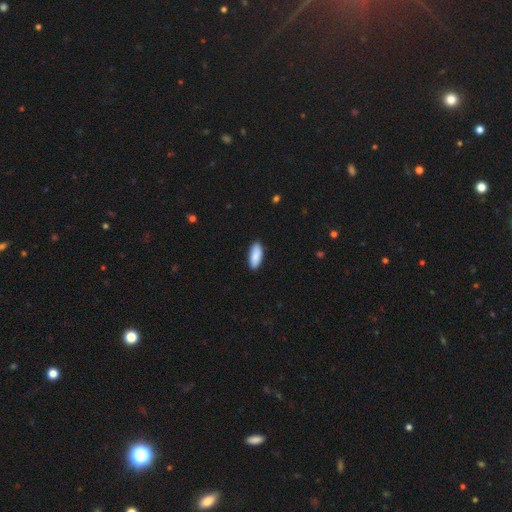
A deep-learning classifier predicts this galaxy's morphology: Smooth or featured? Predicted: smooth (p=0.89). How rounded? Predicted: in between (p=0.78). Merging? Predicted: none (p=0.88).